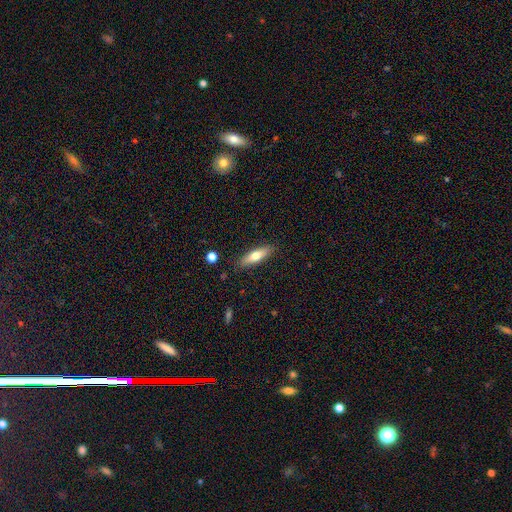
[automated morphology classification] This appears to be a smooth galaxy with no disk features (63%) that is cigar-shaped (56%). Merging: none (87%).